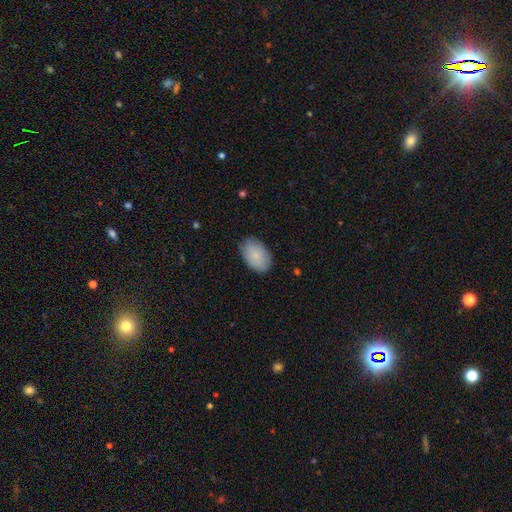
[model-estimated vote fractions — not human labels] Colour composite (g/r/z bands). It shows a smooth galaxy with no disk features (84%) that is in between round and cigar-shaped (91%). Merging: none (82%).